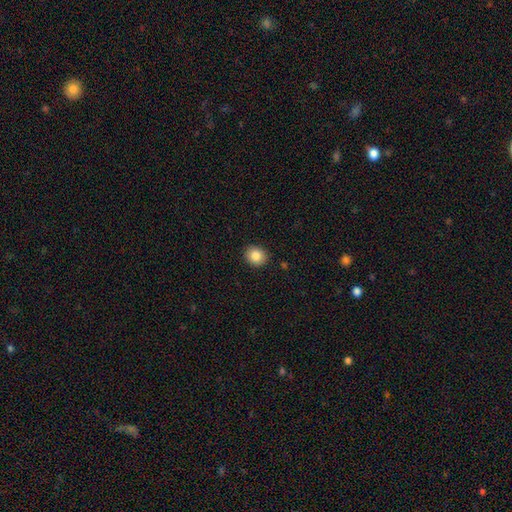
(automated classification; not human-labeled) Smooth or featured? smooth (85%)
How rounded? round (77%)
Merging? none (90%)